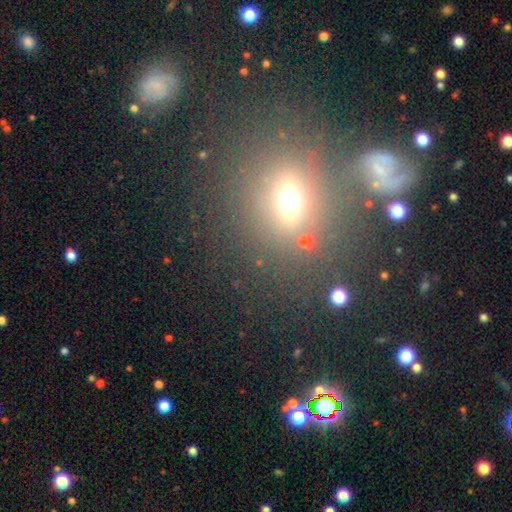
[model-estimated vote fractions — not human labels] This appears to be a smooth galaxy with no disk features (40%). Merging: none (72%).